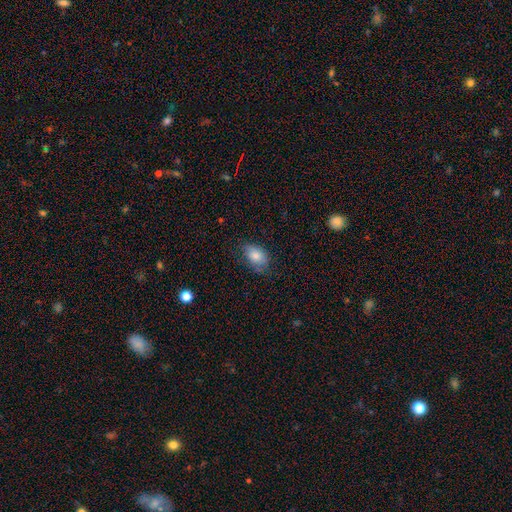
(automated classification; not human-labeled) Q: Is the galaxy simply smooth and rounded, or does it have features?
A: smooth — 80%.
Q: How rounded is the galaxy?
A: in between — 89%.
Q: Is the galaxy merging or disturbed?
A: none — 67%.